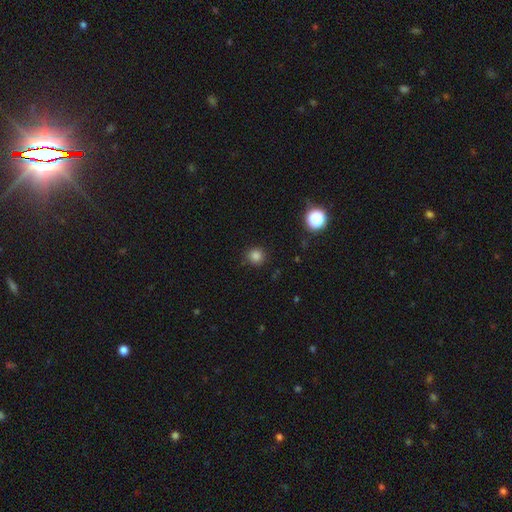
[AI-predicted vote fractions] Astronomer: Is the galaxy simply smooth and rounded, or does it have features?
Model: smooth — 82%.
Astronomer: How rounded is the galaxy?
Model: round — 92%.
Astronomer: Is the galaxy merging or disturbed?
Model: none — 87%.